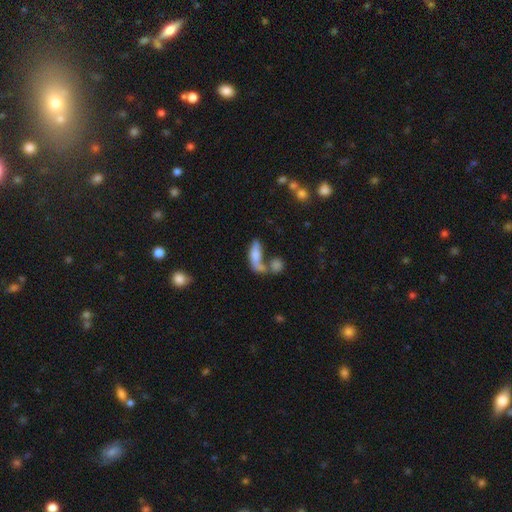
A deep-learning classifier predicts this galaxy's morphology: The model was most divided on "merging": merger: 46%, none: 28%, major disturbance: 14%, minor disturbance: 12%. More confident: smooth or featured — smooth (66%); how rounded — in between (58%).